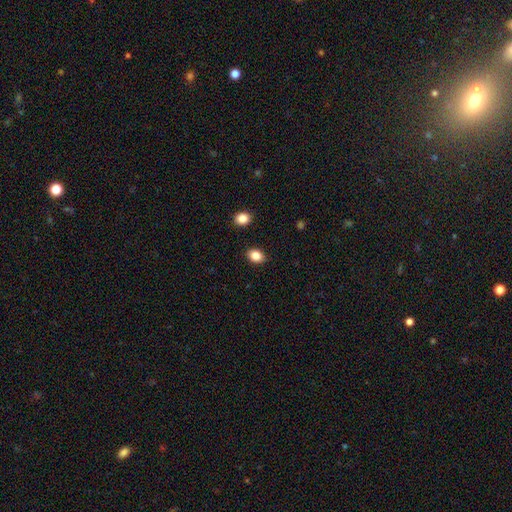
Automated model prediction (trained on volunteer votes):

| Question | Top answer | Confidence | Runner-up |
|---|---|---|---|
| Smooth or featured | smooth | 86% | star or artifact (9%) |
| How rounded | in between | 68% | round (30%) |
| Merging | none | 87% | minor disturbance (8%) |